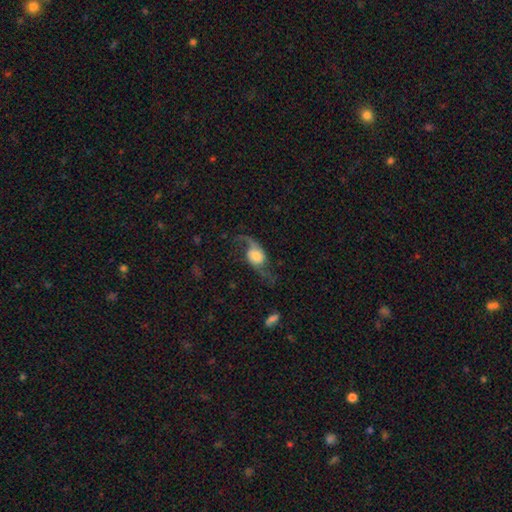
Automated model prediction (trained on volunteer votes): featured or disk 71%, smooth 21%, star or artifact 7%. Down the decision tree: edge-on disk — no (93%); bar — no (67%); spiral arms — yes (92%); spiral arm count — 2 (83%); spiral winding — loose (84%); bulge size — moderate (36%); merging — none (54%).